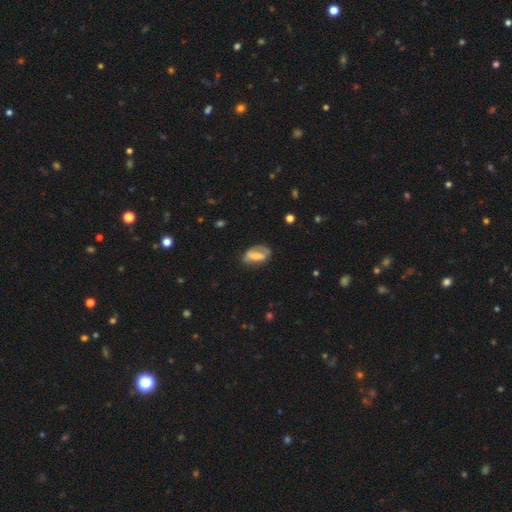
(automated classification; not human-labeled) Overall: smooth (47%; featured or disk 45%). Merging: none (54%; minor disturbance 28%).